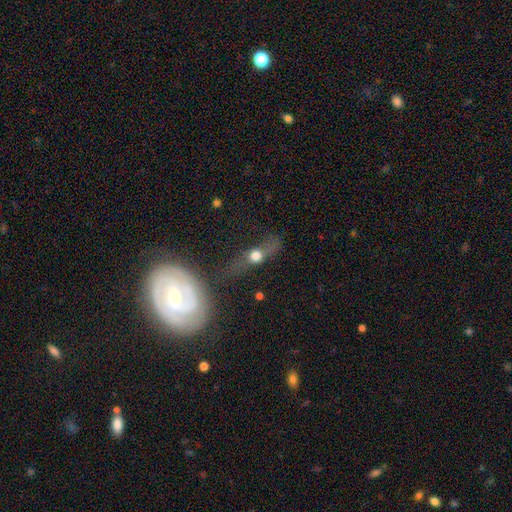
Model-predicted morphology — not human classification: This appears to be a smooth galaxy with no disk features (44%). Merging: none (51%).